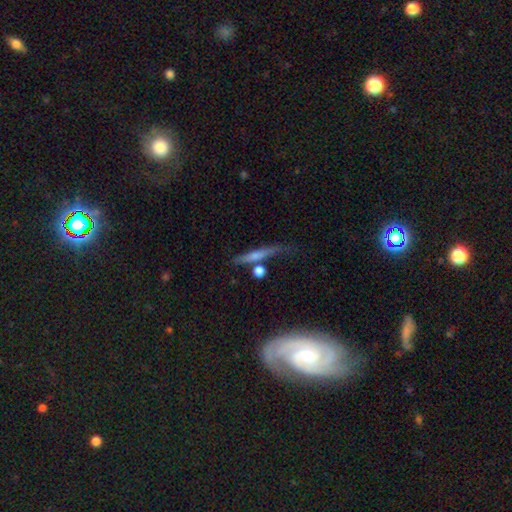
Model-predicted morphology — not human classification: Q: Smooth or featured?
A: featured or disk (61%); runner-up: smooth (28%)
Q: Edge-on disk?
A: yes (73%); runner-up: no (27%)
Q: Merging?
A: none (66%); runner-up: minor disturbance (17%)